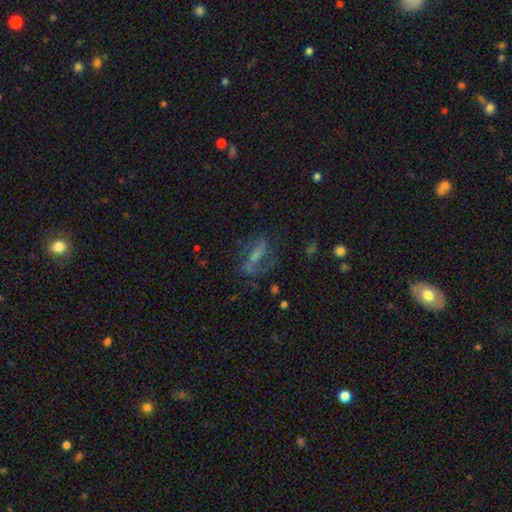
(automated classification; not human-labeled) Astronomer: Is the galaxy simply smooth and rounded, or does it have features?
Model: featured or disk — 54%.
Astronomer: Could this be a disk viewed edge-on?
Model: no — 82%.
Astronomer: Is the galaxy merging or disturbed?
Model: none — 57%.